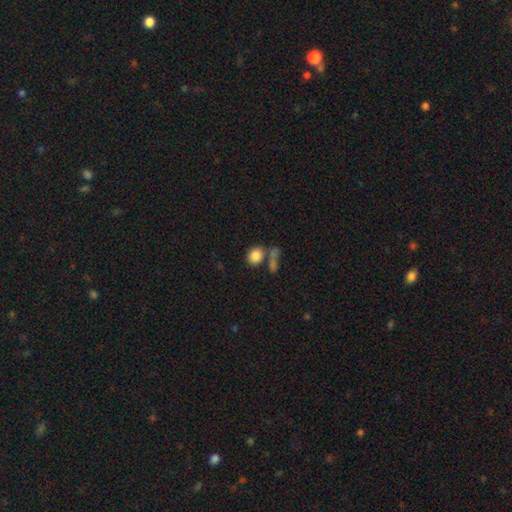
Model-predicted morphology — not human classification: Smooth or featured? Predicted: smooth (p=0.83). How rounded? Predicted: round (p=0.56). Merging? Predicted: none (p=0.59).